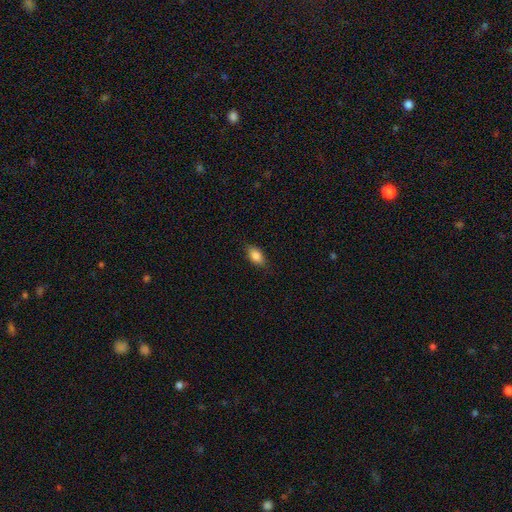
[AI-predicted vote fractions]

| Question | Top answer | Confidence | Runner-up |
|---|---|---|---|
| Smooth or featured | smooth | 86% | star or artifact (7%) |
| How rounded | in between | 89% | round (7%) |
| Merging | none | 82% | minor disturbance (14%) |